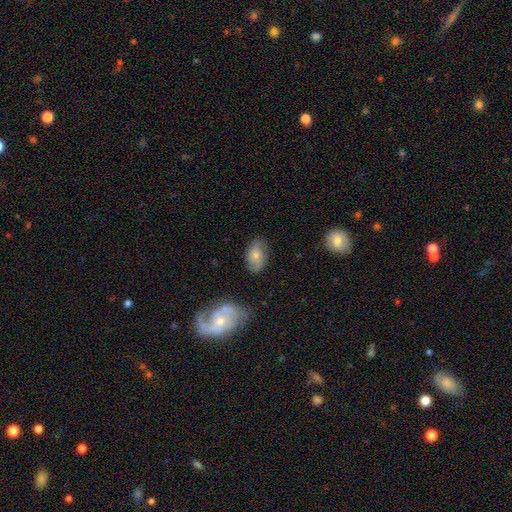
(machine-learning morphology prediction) Overall: smooth (65%; featured or disk 27%). How rounded: in between (90%). Merging: none (72%).